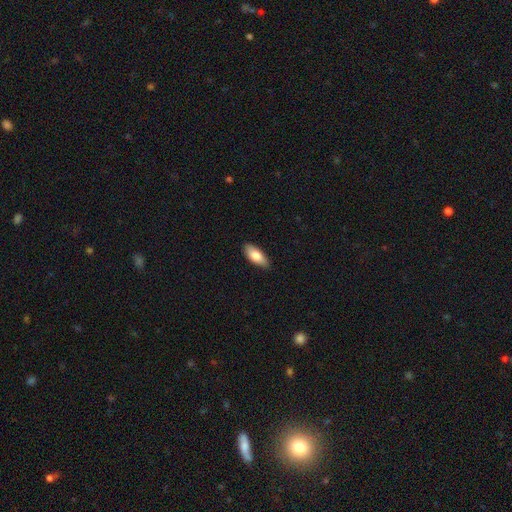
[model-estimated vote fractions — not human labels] Smooth or featured: smooth — 79% (featured or disk — 15%)
How rounded: in between — 82% (cigar-shaped — 16%)
Merging: none — 86% (minor disturbance — 11%)